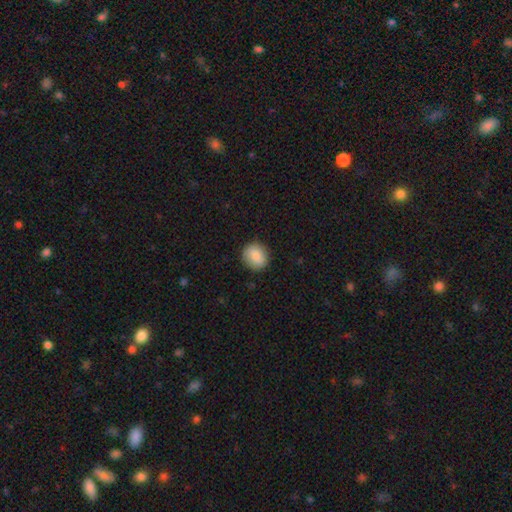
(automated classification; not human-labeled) Overall: smooth (86%). How rounded: round (81%). Merging: none (88%).